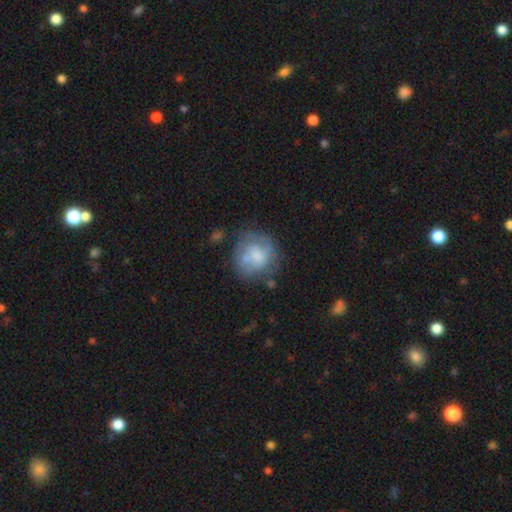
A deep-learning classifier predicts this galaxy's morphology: Smooth or featured?
  - smooth: 50% *
  - featured or disk: 41%
  - star or artifact: 8%
How rounded?
  - round: 82% *
  - in between: 17%
  - cigar-shaped: 1%
Merging?
  - none: 53% *
  - minor disturbance: 23%
  - major disturbance: 15%
  - merger: 9%